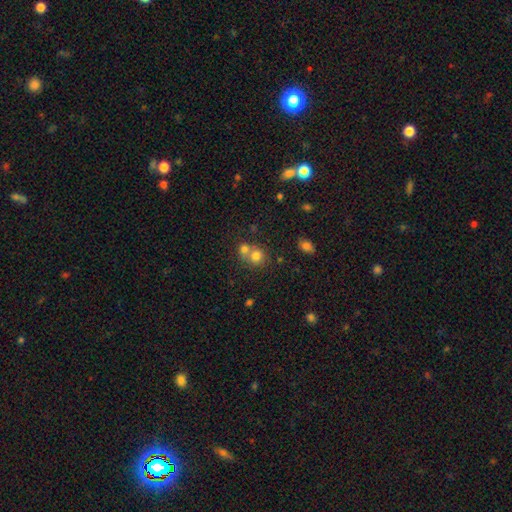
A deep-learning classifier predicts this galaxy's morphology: smooth-or-featured: smooth: 76% | star or artifact: 12% | featured or disk: 12%
  how-rounded: round: 82% | in between: 17% | cigar-shaped: 1%
  merging: merger: 51% | none: 40% | minor disturbance: 6% | major disturbance: 3%